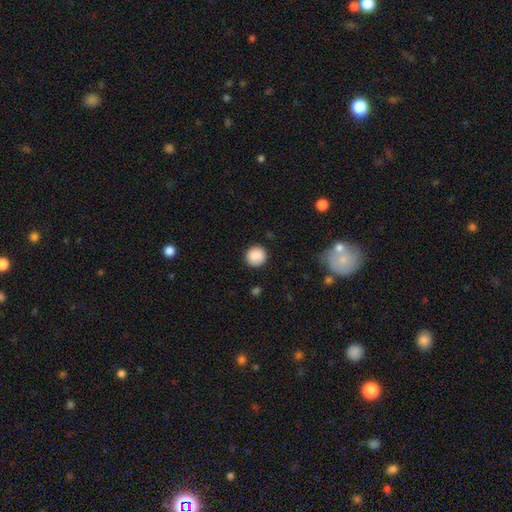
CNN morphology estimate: A smooth galaxy with no disk features (87%) that is round (92%). Merging: none (87%).